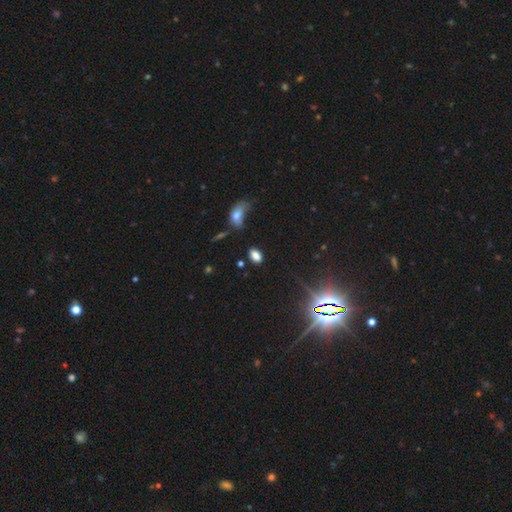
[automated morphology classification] This is likely a smooth galaxy (79%). How rounded: clearly in between (89%). Merging: likely none (78%).